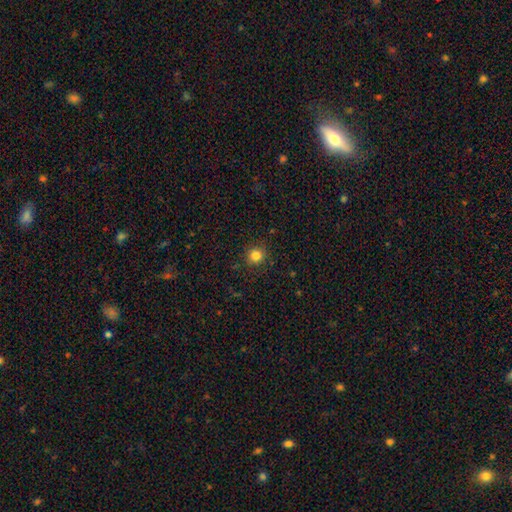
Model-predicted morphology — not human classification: Smooth or featured? Predicted: smooth (p=0.83). How rounded? Predicted: round (p=0.92). Merging? Predicted: none (p=0.89).